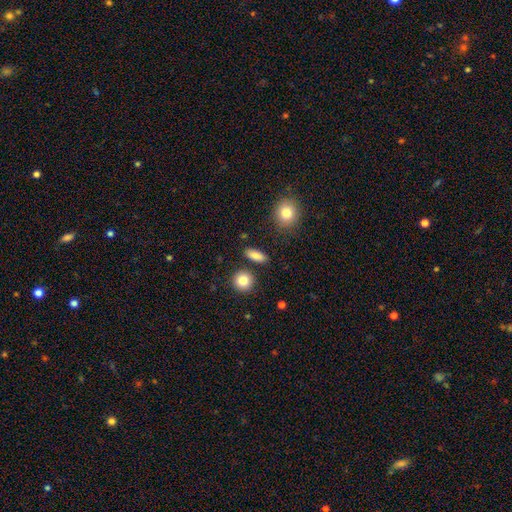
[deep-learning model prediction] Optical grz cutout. It shows a smooth galaxy with no disk features (85%) that is in between round and cigar-shaped (60%). Merging: none (87%).